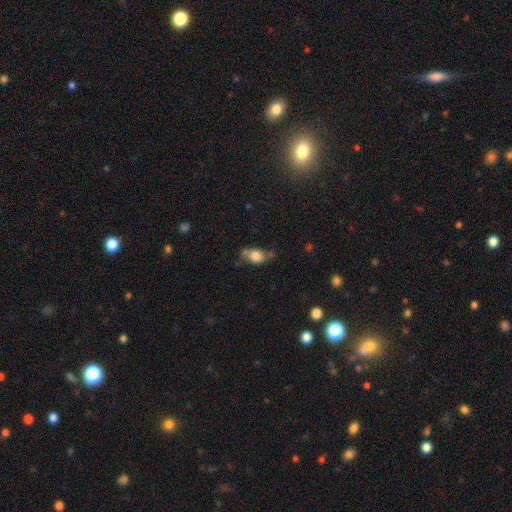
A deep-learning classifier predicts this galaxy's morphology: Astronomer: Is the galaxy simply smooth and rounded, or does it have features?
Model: smooth — 71%.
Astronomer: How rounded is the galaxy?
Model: in between — 71%.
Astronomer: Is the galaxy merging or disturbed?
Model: none — 47% (runner-up: minor disturbance, 28%).